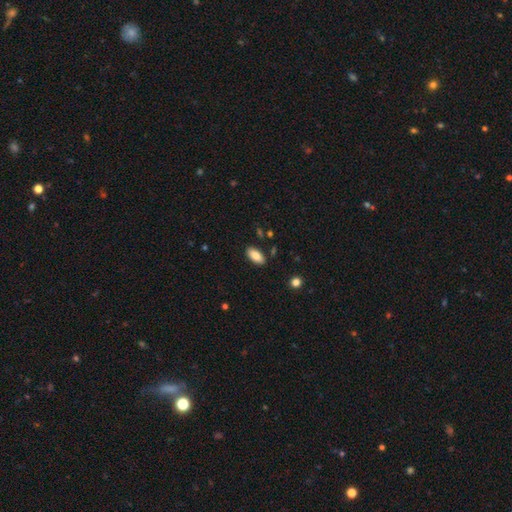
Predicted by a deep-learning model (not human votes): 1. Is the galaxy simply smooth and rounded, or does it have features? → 85% smooth, 8% featured or disk, 7% star or artifact.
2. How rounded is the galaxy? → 92% in between, 6% cigar-shaped, 2% round.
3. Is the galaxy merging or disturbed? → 87% none, 9% minor disturbance, 2% major disturbance, 2% merger.